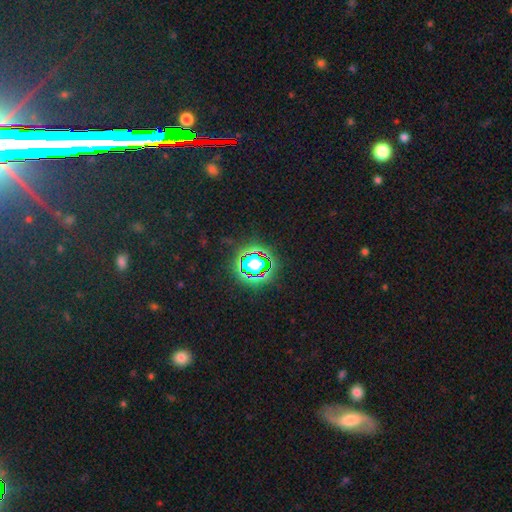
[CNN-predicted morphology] A star or artifact, not a galaxy (77%).

Vote fractions:
- Smooth or featured? star or artifact: 77% / smooth: 12% / featured or disk: 10%